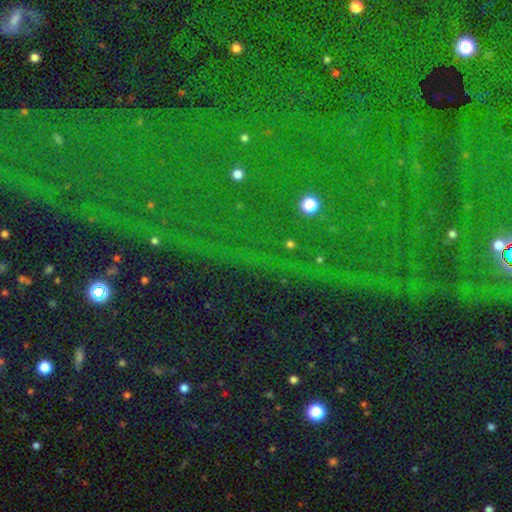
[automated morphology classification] Smooth or featured? star or artifact (85%)